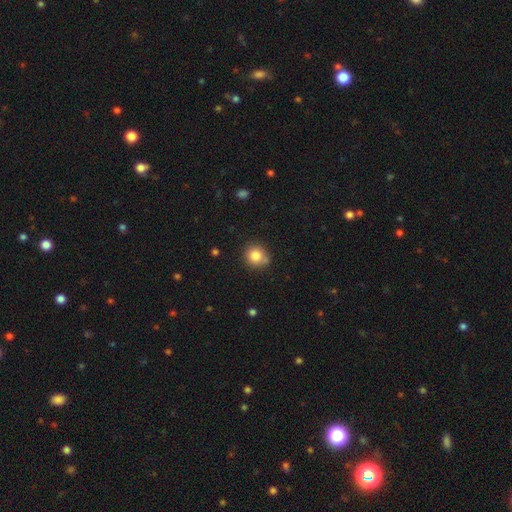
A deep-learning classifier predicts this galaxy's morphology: This appears to be a smooth galaxy with no disk features (83%) that is round (89%). Merging: none (70%).